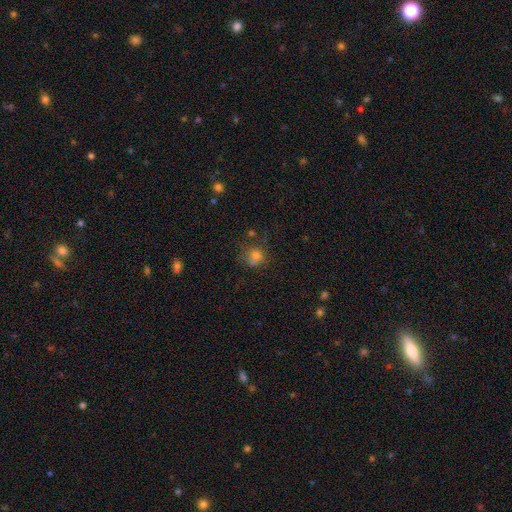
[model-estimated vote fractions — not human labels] The model was most divided on "merging": none: 51%, minor disturbance: 23%, major disturbance: 15%, merger: 11%. More confident: how rounded — round (74%); smooth or featured — smooth (72%).